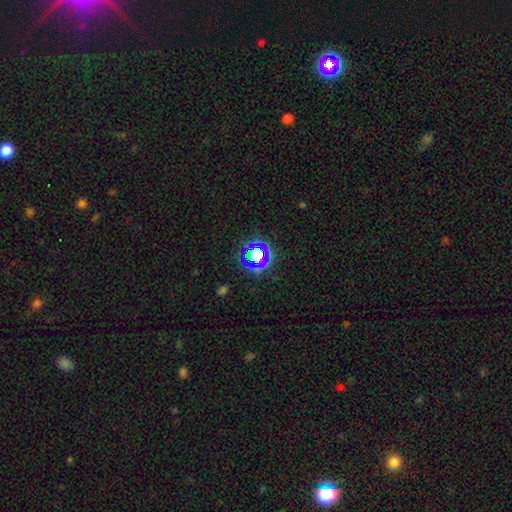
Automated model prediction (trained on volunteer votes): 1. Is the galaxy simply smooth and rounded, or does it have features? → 59% star or artifact, 28% smooth, 13% featured or disk.